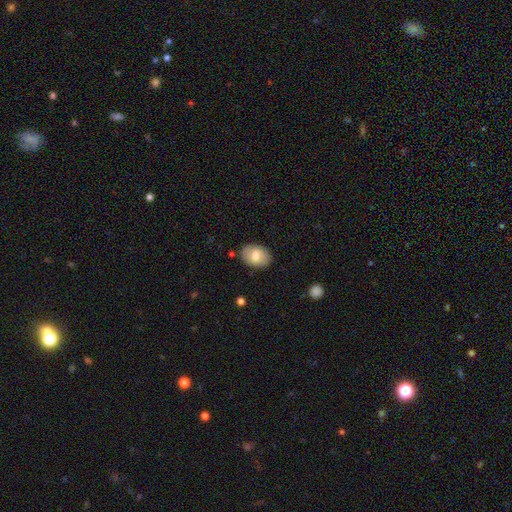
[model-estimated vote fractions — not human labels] A smooth galaxy with no disk features (74%) that is in between round and cigar-shaped (79%).

Vote fractions:
- Smooth or featured? smooth: 74% / featured or disk: 19% / star or artifact: 7%
- How rounded? in between: 79% / round: 20% / cigar-shaped: 1%
- Merging? none: 85% / minor disturbance: 11% / major disturbance: 3% / merger: 2%